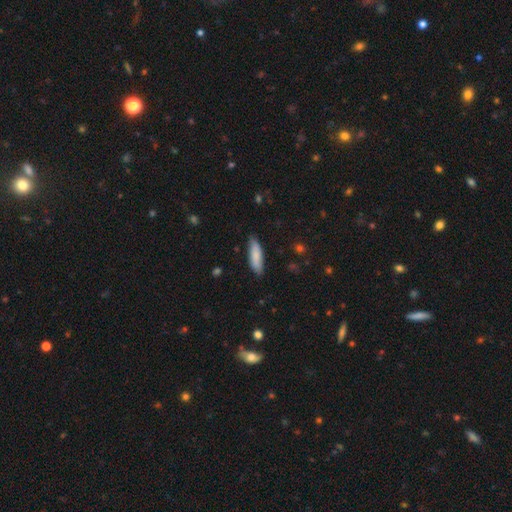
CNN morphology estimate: Smooth or featured?
  - smooth: 82% *
  - featured or disk: 13%
  - star or artifact: 6%
How rounded?
  - in between: 50% *
  - cigar-shaped: 48%
  - round: 2%
Merging?
  - none: 80% *
  - minor disturbance: 16%
  - major disturbance: 2%
  - merger: 1%